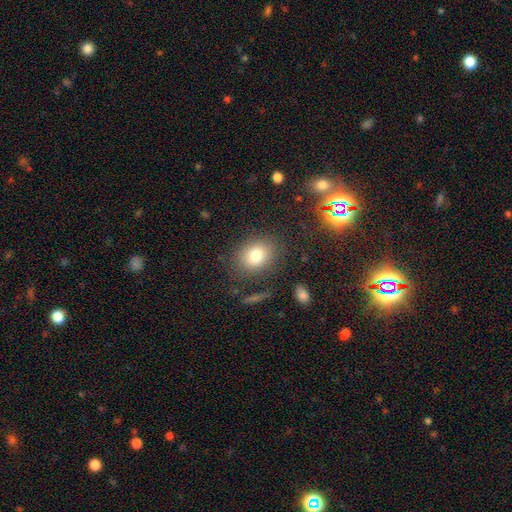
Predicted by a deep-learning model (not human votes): Smooth or featured? Predicted: smooth (p=0.79). How rounded? Predicted: in between (p=0.52). Merging? Predicted: none (p=0.80).